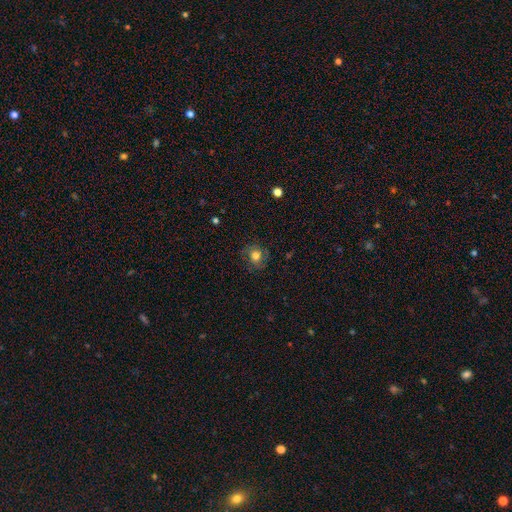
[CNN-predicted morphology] This is likely a smooth galaxy (67%). How rounded: clearly round (82%). Merging: likely none (78%).